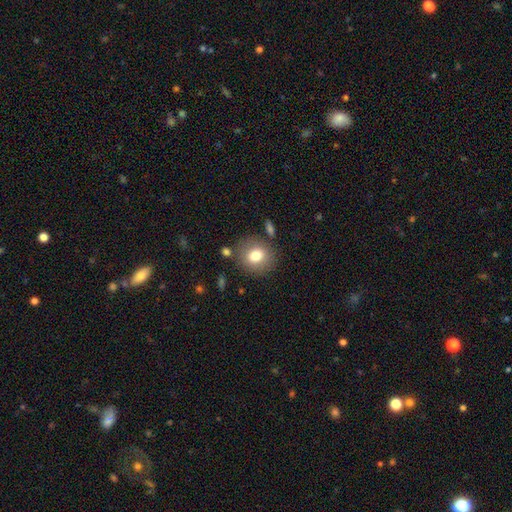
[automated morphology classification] Smooth or featured? Predicted: smooth (p=0.77). How rounded? Predicted: round (p=0.74). Merging? Predicted: none (p=0.80).